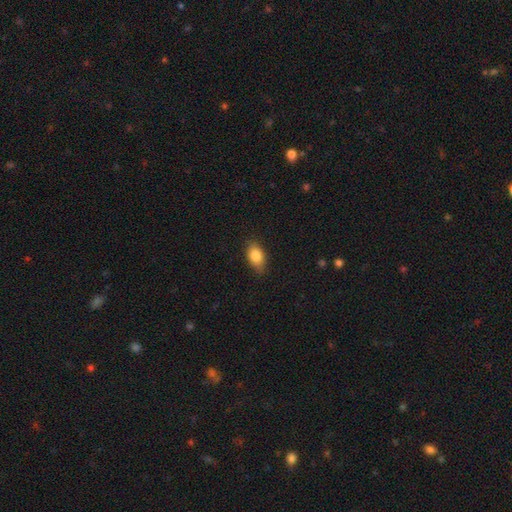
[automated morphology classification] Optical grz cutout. It shows a smooth galaxy with no disk features (85%) that is in between round and cigar-shaped (88%). Merging: none (83%).